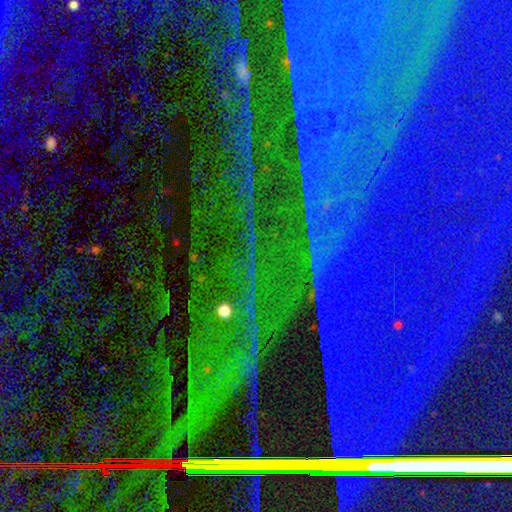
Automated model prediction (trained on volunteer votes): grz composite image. It shows a star or artifact, not a galaxy (88%).